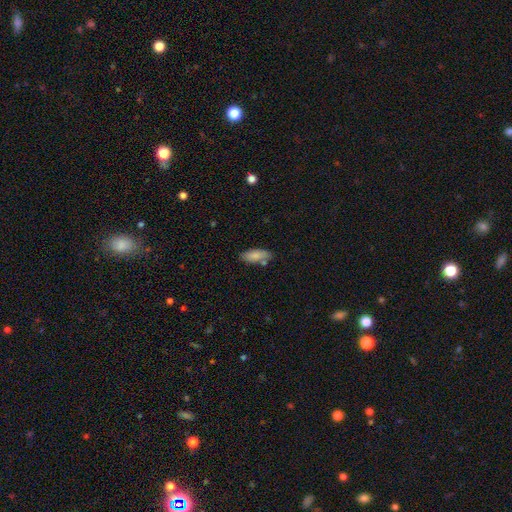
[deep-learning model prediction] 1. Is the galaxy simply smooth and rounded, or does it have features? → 83% smooth, 10% featured or disk, 7% star or artifact.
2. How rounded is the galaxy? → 77% in between, 21% cigar-shaped, 2% round.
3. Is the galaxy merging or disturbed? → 72% none, 16% minor disturbance, 9% merger, 3% major disturbance.